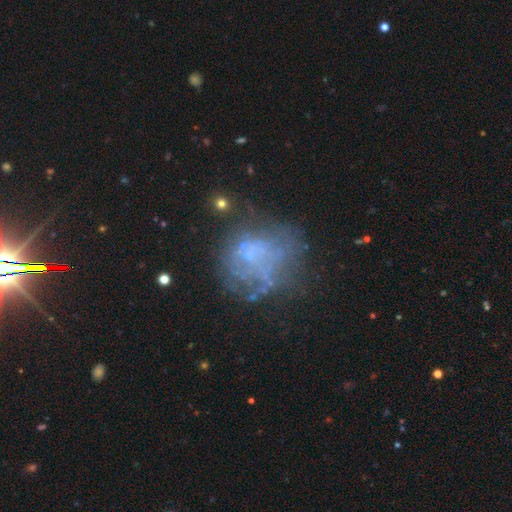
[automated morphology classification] A featured or disk galaxy (49%).

Vote fractions:
- Smooth or featured? featured or disk: 49% / smooth: 30% / star or artifact: 21%
- Merging? none: 44% / major disturbance: 28% / minor disturbance: 20% / merger: 8%